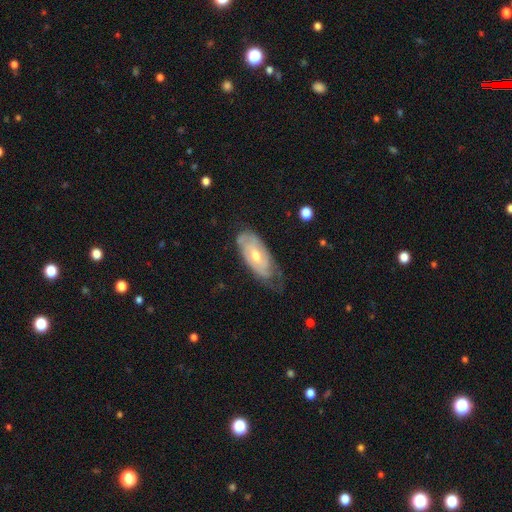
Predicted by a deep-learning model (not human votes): A featured or disk galaxy (73%) with no bar (68%), tight (66%) spiral arms (83%) and a moderate central bulge (67%). Merging: none (57%).